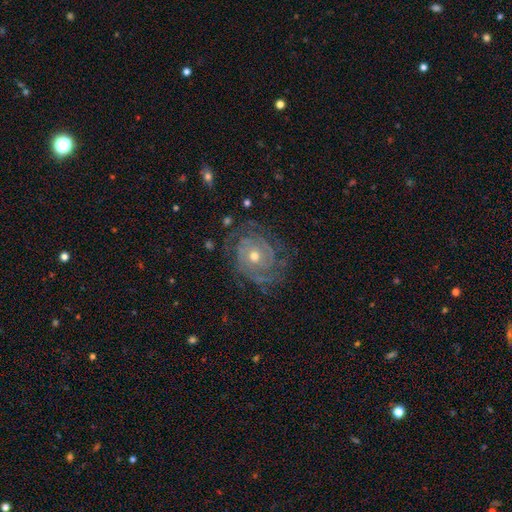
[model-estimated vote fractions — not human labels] Morphology: type=featured or disk (81%); edge-on=no (97%); bar=no (77%); spiral arms=yes (94%); winding=tight (74%); arm count=2 (30%); bulge=moderate (54%); merging=none (78%).